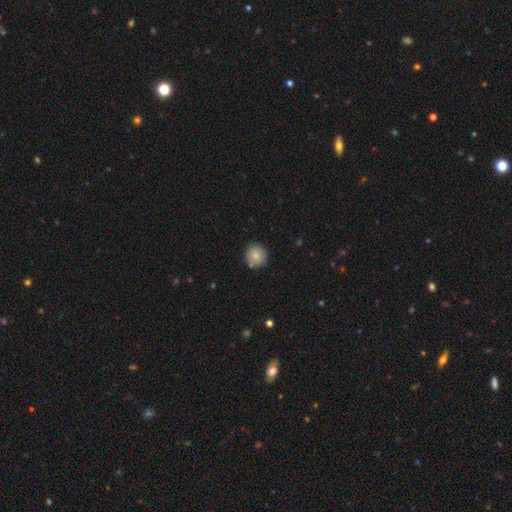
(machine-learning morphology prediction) Smooth or featured?
  - smooth: 83% *
  - featured or disk: 9%
  - star or artifact: 9%
How rounded?
  - round: 92% *
  - in between: 7%
  - cigar-shaped: 1%
Merging?
  - none: 84% *
  - minor disturbance: 10%
  - merger: 4%
  - major disturbance: 2%